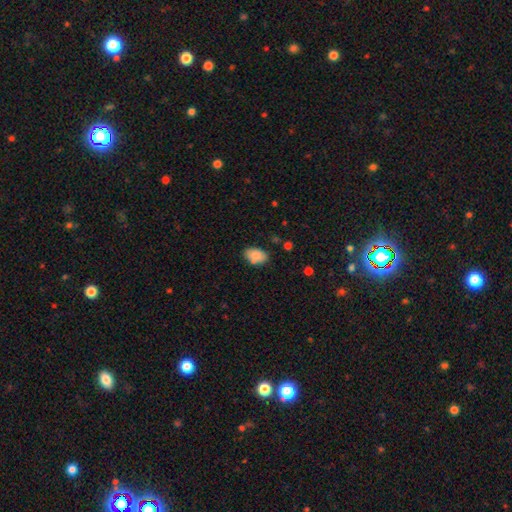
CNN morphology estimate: Smooth or featured? smooth (85%)
How rounded? in between (89%)
Merging? none (77%)